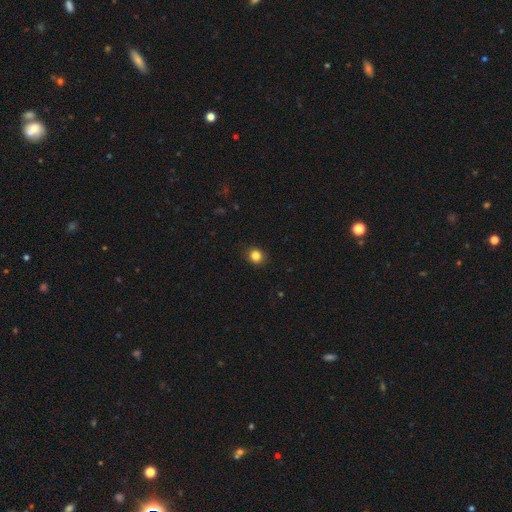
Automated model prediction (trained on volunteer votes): A smooth galaxy with no disk features (84%) that is round (81%).

Vote fractions:
- Smooth or featured? smooth: 84% / star or artifact: 11% / featured or disk: 4%
- How rounded? round: 81% / in between: 18% / cigar-shaped: 1%
- Merging? none: 90% / minor disturbance: 7% / major disturbance: 2% / merger: 1%